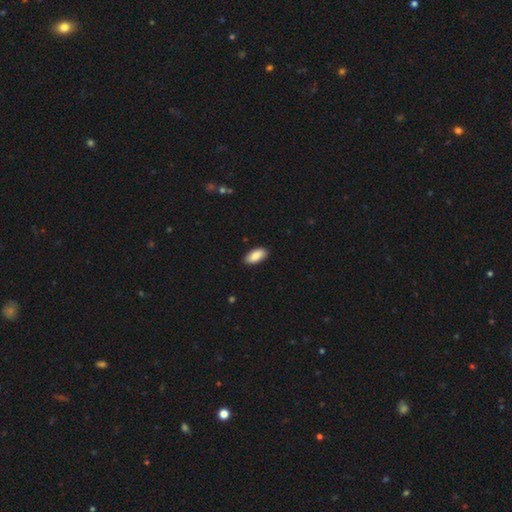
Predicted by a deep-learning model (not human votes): This is clearly a smooth galaxy (86%). How rounded: clearly in between (91%). Merging: clearly none (89%).